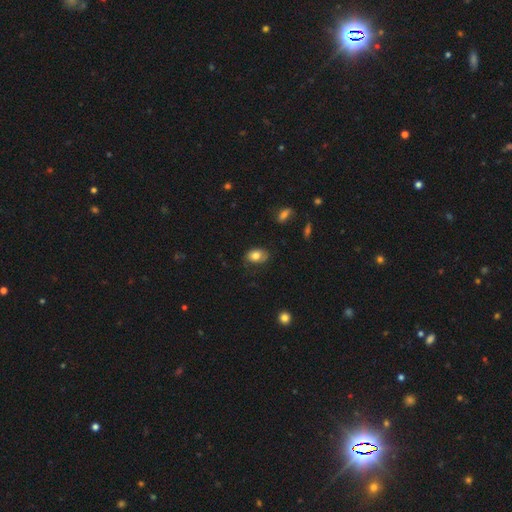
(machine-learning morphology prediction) Smooth or featured? Predicted: smooth (p=0.78). How rounded? Predicted: in between (p=0.82). Merging? Predicted: none (p=0.70).